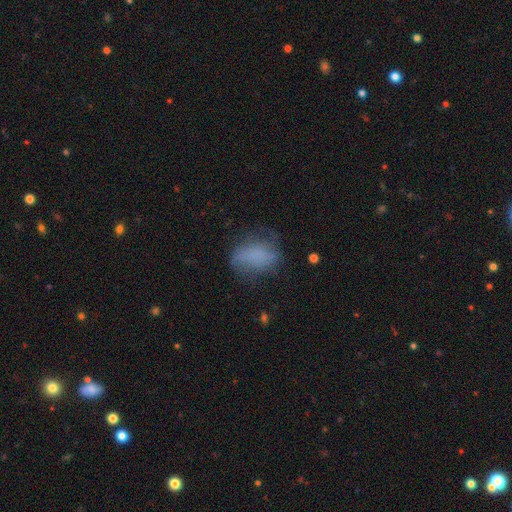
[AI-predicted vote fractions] smooth_or_featured: smooth (p=0.61) [alt: featured or disk p=0.27]
how_rounded: in between (p=0.78) [alt: round p=0.19]
merging: none (p=0.48) [alt: minor disturbance p=0.29]